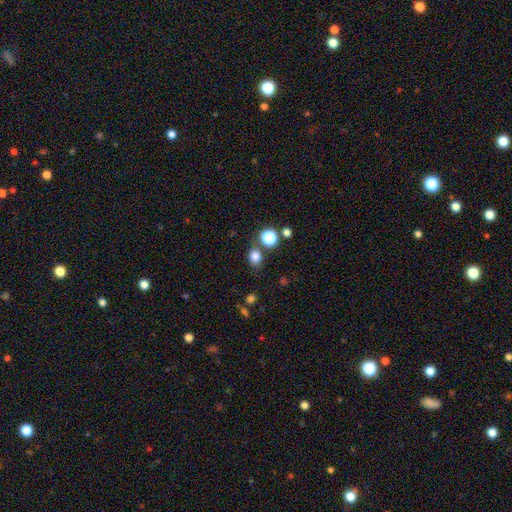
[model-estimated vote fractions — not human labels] Smooth or featured? Predicted: smooth (p=0.80). How rounded? Predicted: round (p=0.58). Merging? Predicted: none (p=0.74).